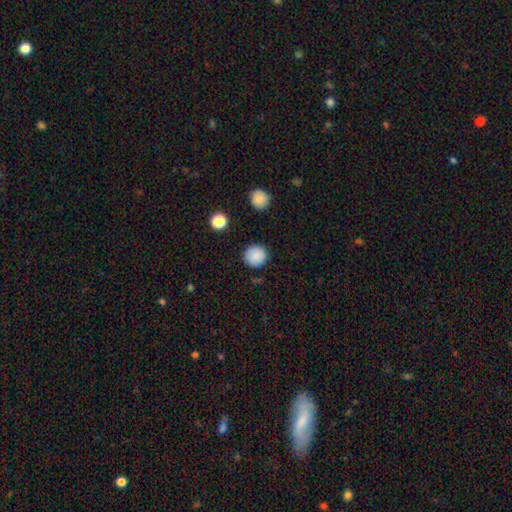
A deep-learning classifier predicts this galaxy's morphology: smooth-or-featured: smooth: 87% | star or artifact: 8% | featured or disk: 5%
  how-rounded: round: 93% | in between: 6% | cigar-shaped: 1%
  merging: none: 89% | minor disturbance: 7% | major disturbance: 2% | merger: 1%